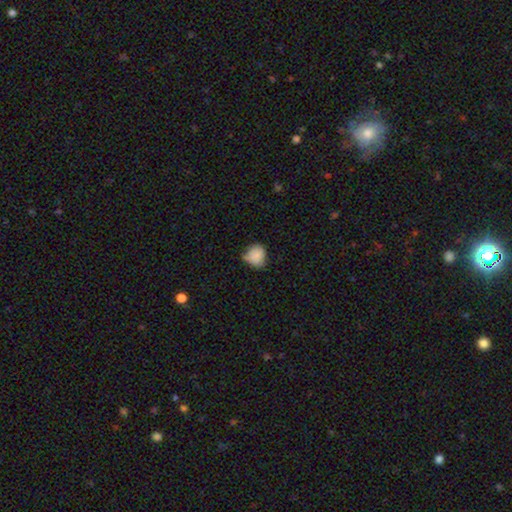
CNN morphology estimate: Q: Smooth or featured?
A: smooth (83%); runner-up: star or artifact (9%)
Q: How rounded?
A: round (68%); runner-up: in between (31%)
Q: Merging?
A: none (45%); runner-up: minor disturbance (40%)